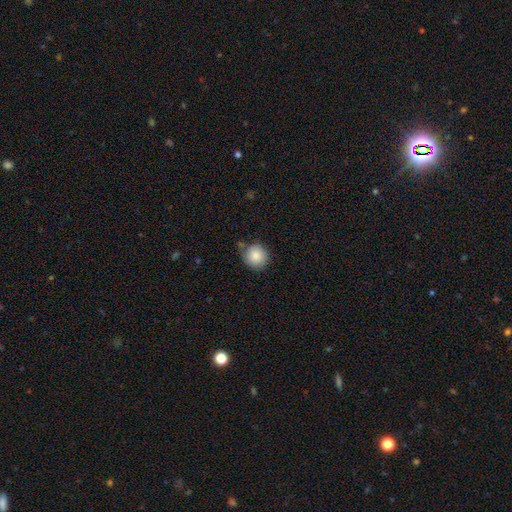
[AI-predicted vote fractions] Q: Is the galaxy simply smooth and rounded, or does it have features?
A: smooth — 86%.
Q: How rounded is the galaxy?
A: round — 90%.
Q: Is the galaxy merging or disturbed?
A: none — 69%.